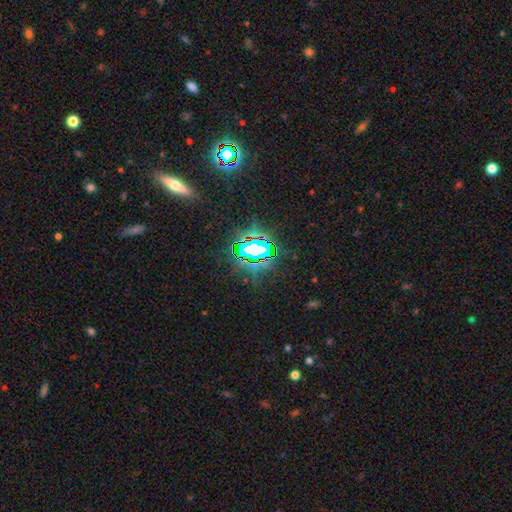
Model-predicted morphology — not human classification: star or artifact 77%, smooth 13%, featured or disk 9%.